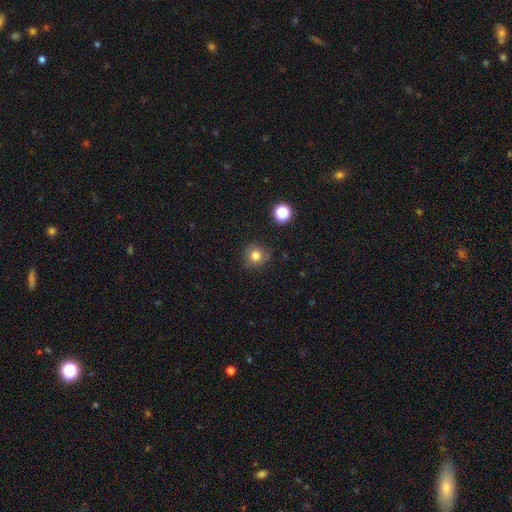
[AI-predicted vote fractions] Overall: smooth (79%). How rounded: round (89%). Merging: none (83%).